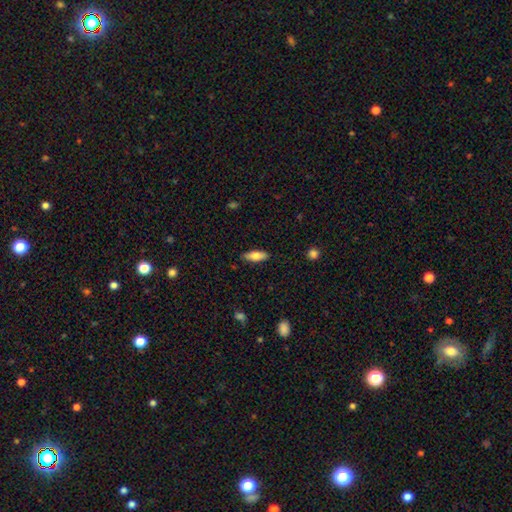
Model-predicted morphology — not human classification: type=smooth (77%); roundness=in between (65%); merging=none (87%).